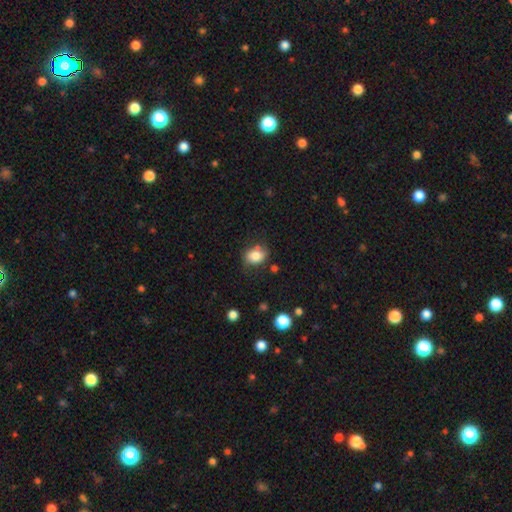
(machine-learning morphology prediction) The model was most divided on "how rounded": in between: 56%, round: 43%, cigar-shaped: 1%. More confident: smooth or featured — smooth (80%); merging — none (66%).